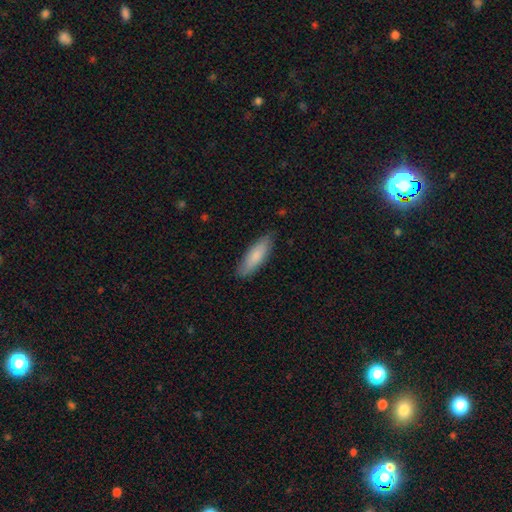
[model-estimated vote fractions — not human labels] Smooth or featured?
  - smooth: 80% *
  - featured or disk: 15%
  - star or artifact: 5%
How rounded?
  - cigar-shaped: 51% *
  - in between: 47%
  - round: 1%
Merging?
  - none: 84% *
  - minor disturbance: 13%
  - major disturbance: 2%
  - merger: 1%